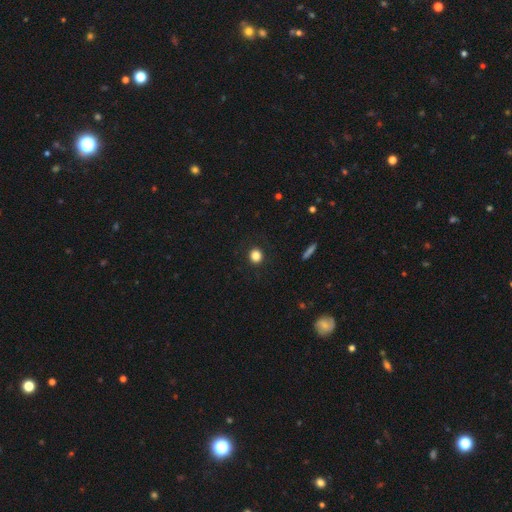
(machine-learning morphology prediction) The model was most divided on "smooth or featured": smooth: 84%, star or artifact: 11%, featured or disk: 4%. More confident: merging — none (91%); how rounded — round (89%).